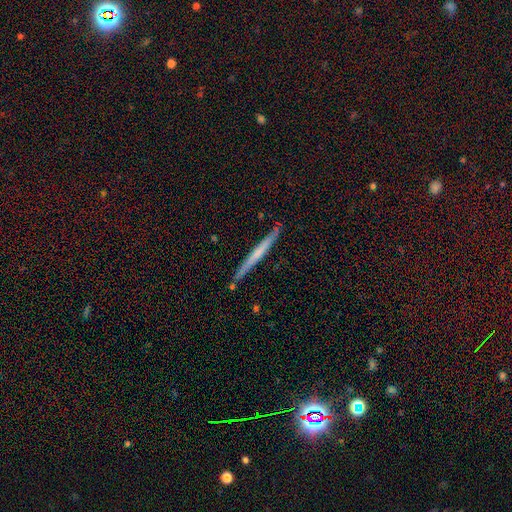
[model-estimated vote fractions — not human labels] Smooth or featured?
  - featured or disk: 49% *
  - smooth: 45%
  - star or artifact: 6%
Merging?
  - none: 88% *
  - minor disturbance: 9%
  - merger: 2%
  - major disturbance: 1%